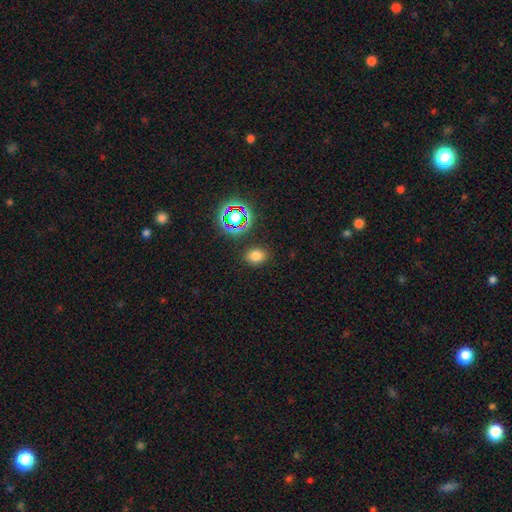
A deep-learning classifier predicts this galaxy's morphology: smooth-or-featured: smooth: 73% | star or artifact: 20% | featured or disk: 7%
  how-rounded: in between: 55% | round: 44% | cigar-shaped: 1%
  merging: none: 85% | minor disturbance: 9% | major disturbance: 3% | merger: 2%